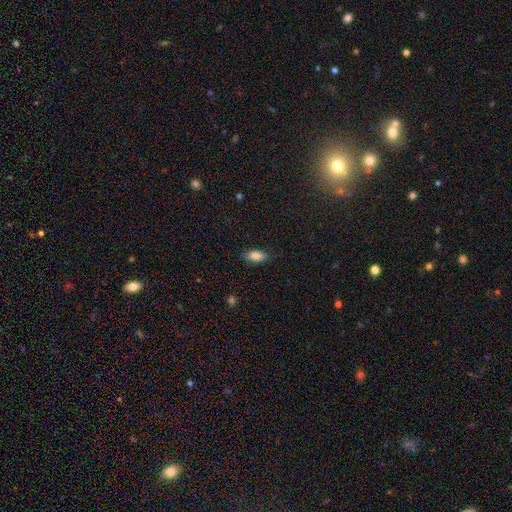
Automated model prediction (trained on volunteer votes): smooth_or_featured: smooth (p=0.83) [alt: featured or disk p=0.10]
how_rounded: in between (p=0.89) [alt: cigar-shaped p=0.08]
merging: none (p=0.85) [alt: minor disturbance p=0.12]